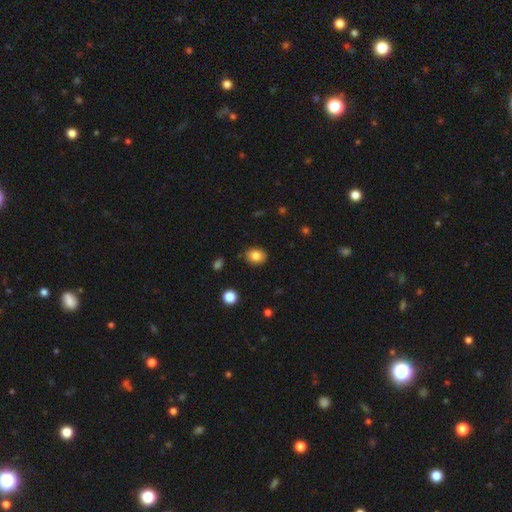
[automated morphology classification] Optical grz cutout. It shows a smooth galaxy with no disk features (83%) that is in between round and cigar-shaped (52%). Merging: none (86%).